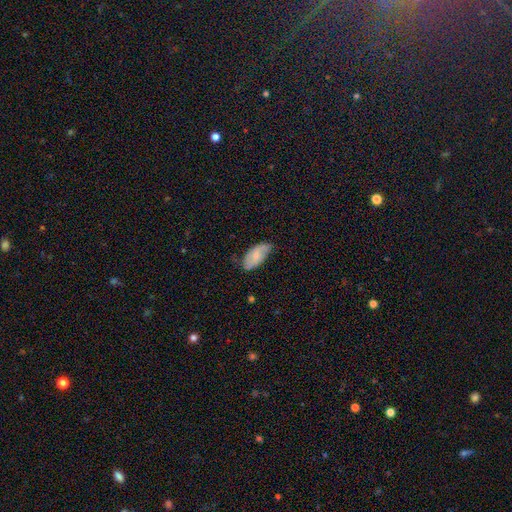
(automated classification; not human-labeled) smooth_or_featured: smooth (p=0.59) [alt: featured or disk p=0.35]
how_rounded: in between (p=0.93) [alt: cigar-shaped p=0.04]
merging: none (p=0.61) [alt: minor disturbance p=0.32]